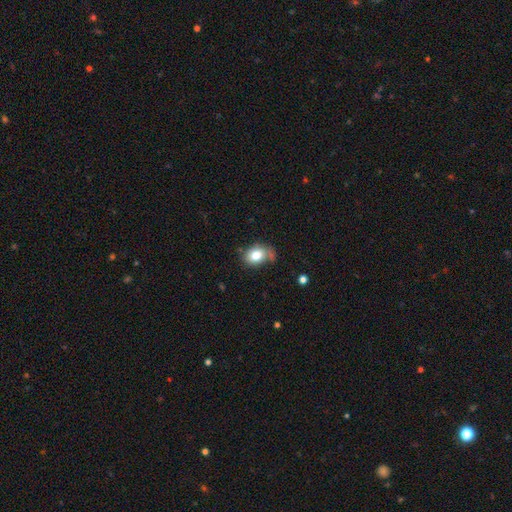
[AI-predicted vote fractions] A smooth galaxy with no disk features (81%) that is in between round and cigar-shaped (71%). Merging: none (59%).